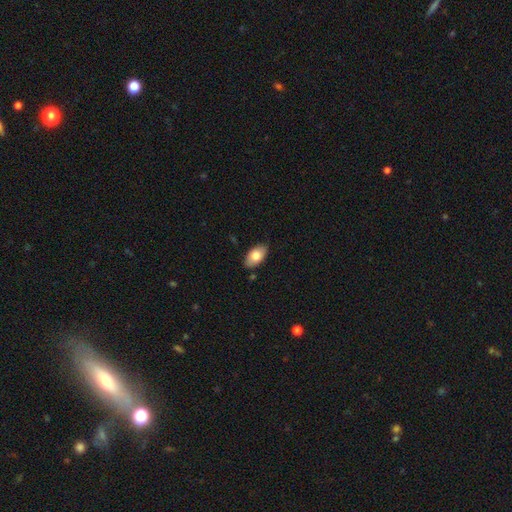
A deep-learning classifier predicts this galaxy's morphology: Smooth or featured?
  - smooth: 76% *
  - featured or disk: 17%
  - star or artifact: 7%
How rounded?
  - in between: 94% *
  - round: 4%
  - cigar-shaped: 2%
Merging?
  - none: 85% *
  - minor disturbance: 12%
  - major disturbance: 2%
  - merger: 1%